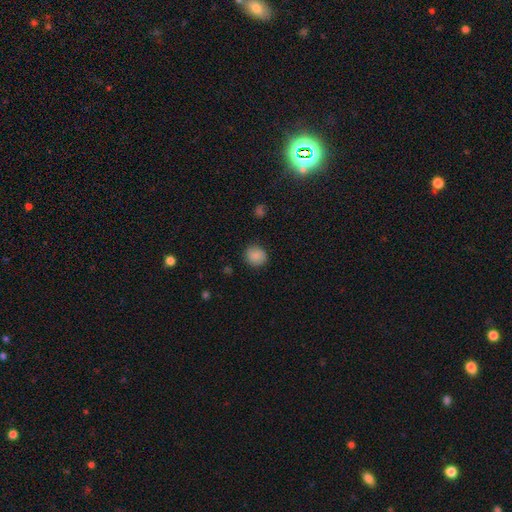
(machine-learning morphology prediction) type=smooth (86%); roundness=round (84%); merging=none (84%).